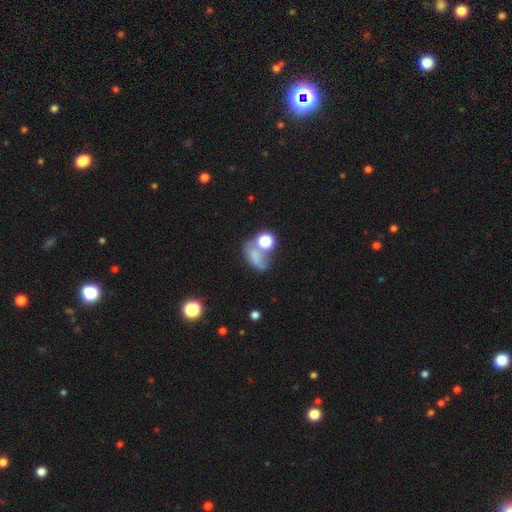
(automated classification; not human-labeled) A smooth galaxy with no disk features (57%) that is in between round and cigar-shaped (69%).

Vote fractions:
- Smooth or featured? smooth: 57% / featured or disk: 24% / star or artifact: 18%
- How rounded? in between: 69% / round: 28% / cigar-shaped: 4%
- Merging? merger: 31% / none: 26% / major disturbance: 25% / minor disturbance: 18%